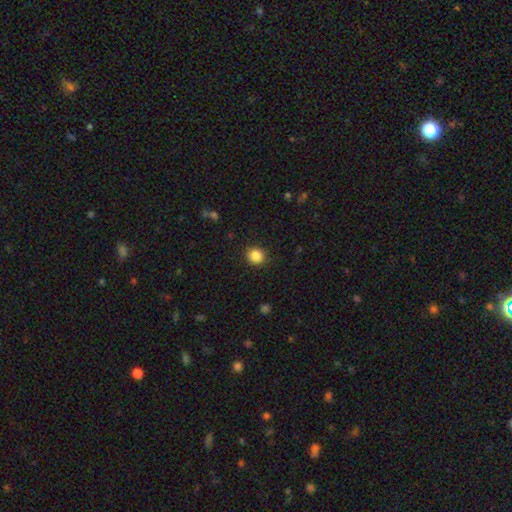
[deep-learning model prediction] This is clearly a smooth galaxy (85%). How rounded: clearly round (89%). Merging: clearly none (90%).